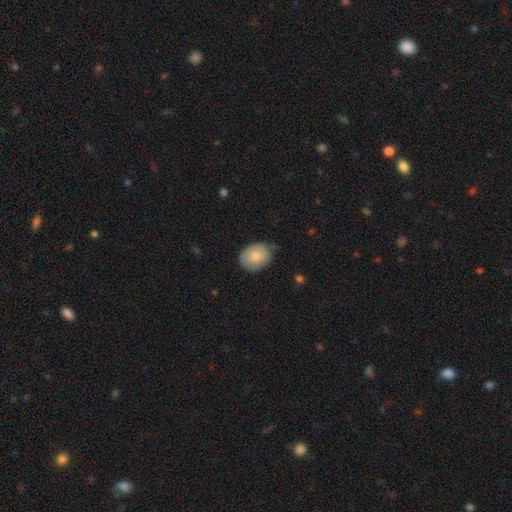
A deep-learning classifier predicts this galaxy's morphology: A smooth galaxy with no disk features (72%) that is in between round and cigar-shaped (62%).

Vote fractions:
- Smooth or featured? smooth: 72% / featured or disk: 22% / star or artifact: 6%
- How rounded? in between: 62% / round: 37% / cigar-shaped: 1%
- Merging? none: 56% / minor disturbance: 35% / major disturbance: 7% / merger: 2%